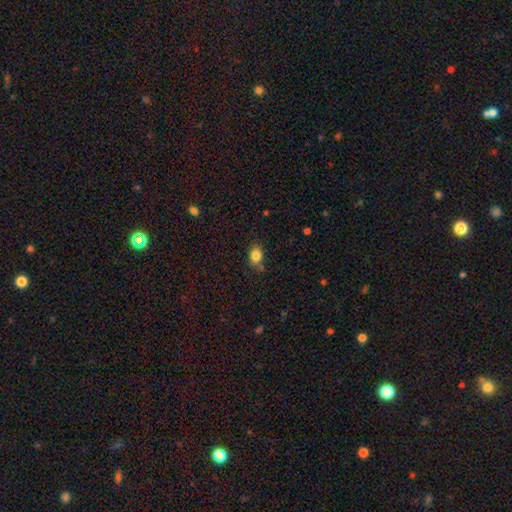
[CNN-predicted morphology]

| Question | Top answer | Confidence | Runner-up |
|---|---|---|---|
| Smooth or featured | smooth | 84% | star or artifact (10%) |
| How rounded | in between | 69% | round (29%) |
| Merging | none | 71% | minor disturbance (20%) |